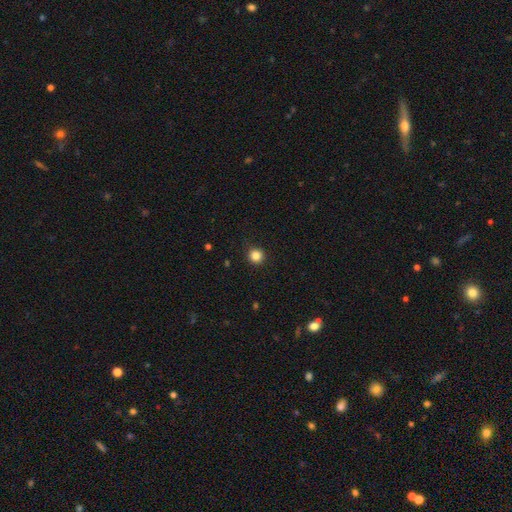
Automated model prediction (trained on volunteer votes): This is clearly a smooth galaxy (84%). How rounded: clearly round (95%). Merging: clearly none (91%).